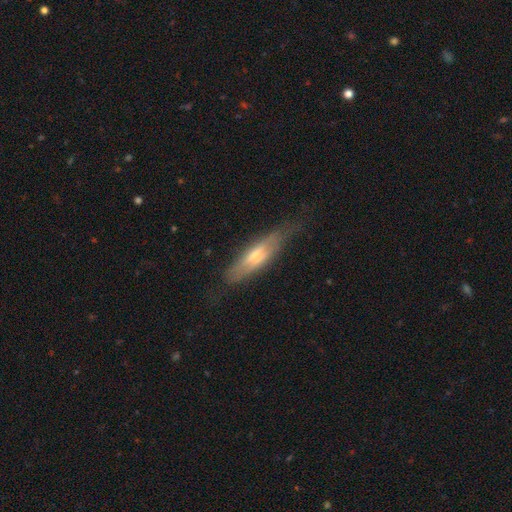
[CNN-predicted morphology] Smooth or featured: featured or disk — 51% (smooth — 42%)
Edge-on disk: yes — 73% (no — 27%)
Merging: none — 67% (minor disturbance — 24%)